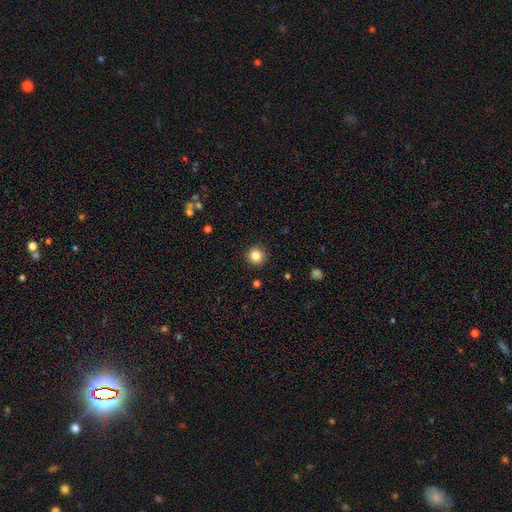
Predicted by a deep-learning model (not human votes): This is clearly a smooth galaxy (84%). How rounded: clearly round (95%). Merging: clearly none (92%).